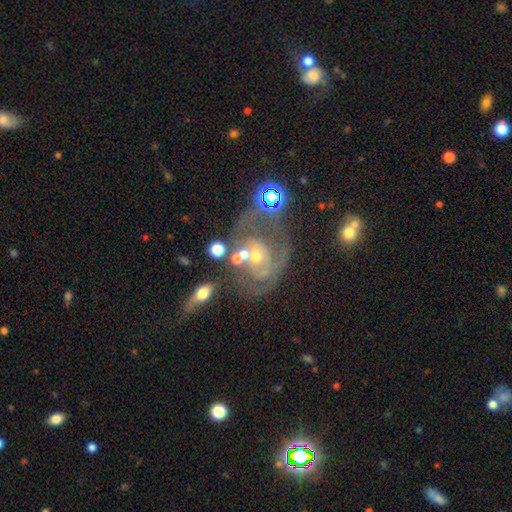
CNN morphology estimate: featured or disk 76%, smooth 12%, star or artifact 11%. Down the decision tree: edge-on disk — no (97%); bar — no (71%); spiral arms — yes (77%); spiral arm count — 2 (36%); spiral winding — tight (47%); bulge size — small (61%); merging — none (37%).